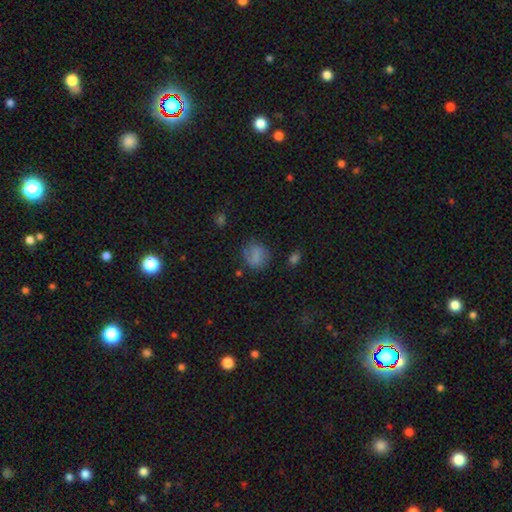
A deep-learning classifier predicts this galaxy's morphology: This is likely a smooth galaxy (77%). How rounded: likely round (76%). Merging: likely none (72%).